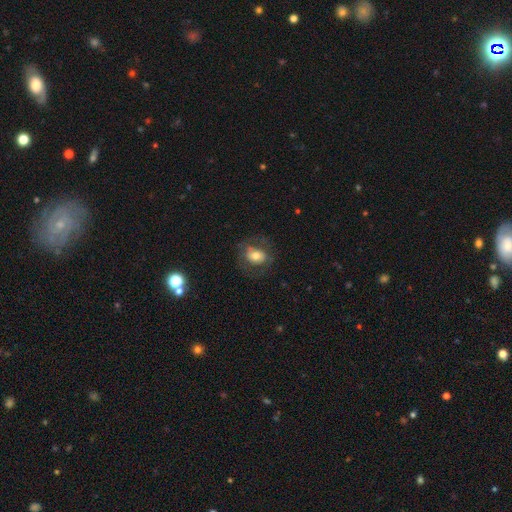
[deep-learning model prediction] The model was most divided on "how rounded": in between: 56%, round: 43%, cigar-shaped: 1%. More confident: merging — none (68%); smooth or featured — smooth (63%).